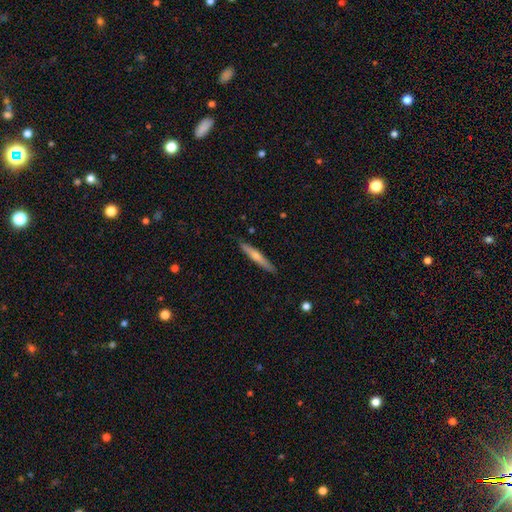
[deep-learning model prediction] This is possibly a smooth galaxy (52%). How rounded: clearly cigar-shaped (94%). Merging: clearly none (88%).